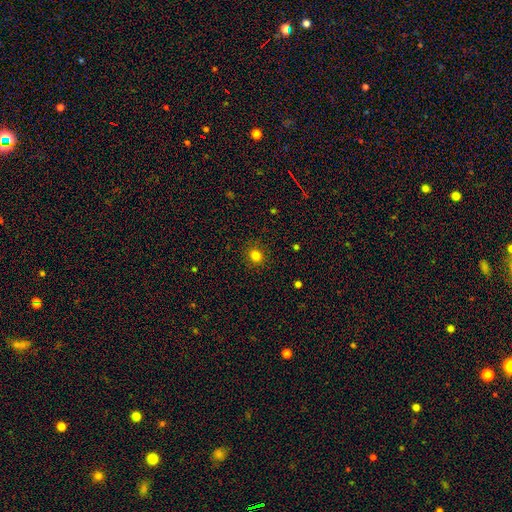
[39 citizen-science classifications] smooth 90%, star or artifact 10%, featured or disk 0%. Down the decision tree: how rounded — round (80%); merging — none (89%).